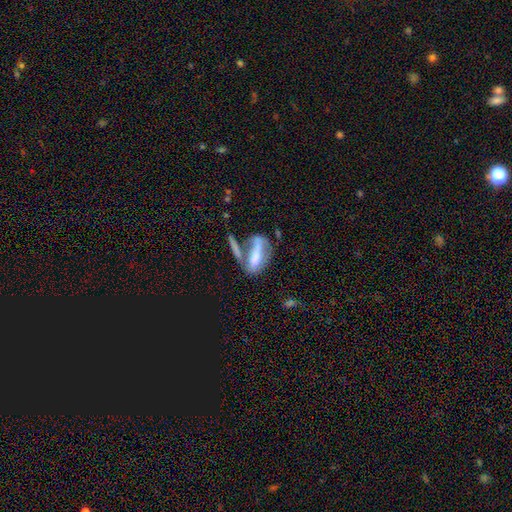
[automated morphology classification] This is possibly a smooth galaxy (50%). Merging: marginally merger (36%).